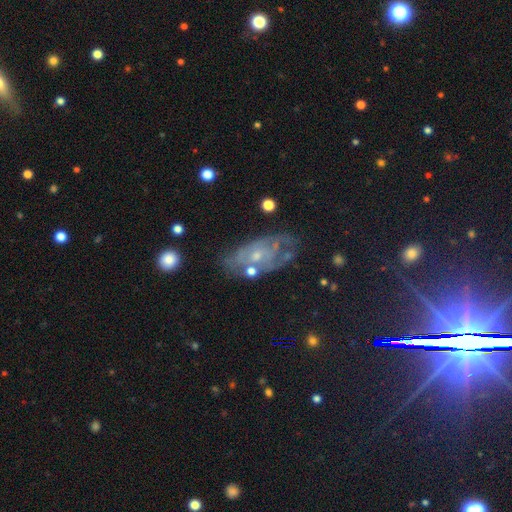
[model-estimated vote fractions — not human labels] Q: Smooth or featured?
A: featured or disk (69%); runner-up: smooth (22%)
Q: Edge-on disk?
A: no (93%); runner-up: yes (7%)
Q: Bar?
A: no (77%); runner-up: weak (20%)
Q: Spiral arms?
A: yes (62%); runner-up: no (38%)
Q: Bulge size?
A: small (60%); runner-up: moderate (32%)
Q: Merging?
A: none (47%); runner-up: minor disturbance (27%)